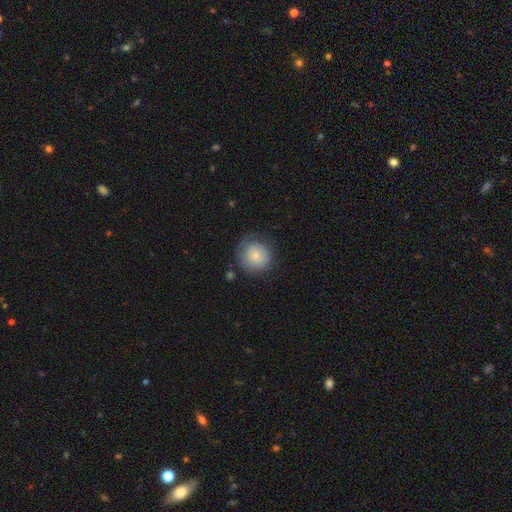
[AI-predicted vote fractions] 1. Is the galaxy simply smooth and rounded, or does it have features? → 78% smooth, 14% featured or disk, 8% star or artifact.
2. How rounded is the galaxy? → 92% round, 7% in between, 1% cigar-shaped.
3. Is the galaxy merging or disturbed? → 68% none, 21% minor disturbance, 8% major disturbance, 2% merger.